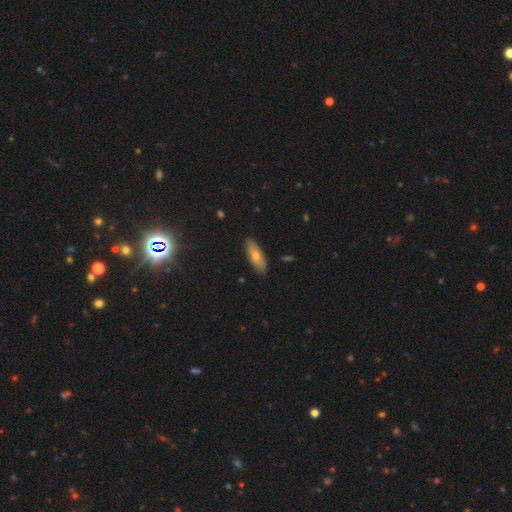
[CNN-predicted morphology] Q: Smooth or featured?
A: smooth (61%); runner-up: featured or disk (28%)
Q: How rounded?
A: in between (63%); runner-up: cigar-shaped (34%)
Q: Merging?
A: none (88%); runner-up: minor disturbance (9%)